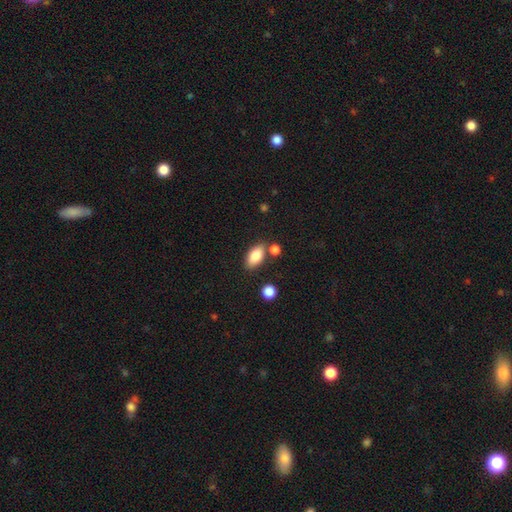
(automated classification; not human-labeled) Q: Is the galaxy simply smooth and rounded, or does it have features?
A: smooth — 82%.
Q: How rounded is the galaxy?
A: in between — 89%.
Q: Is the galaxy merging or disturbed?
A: none — 76%.